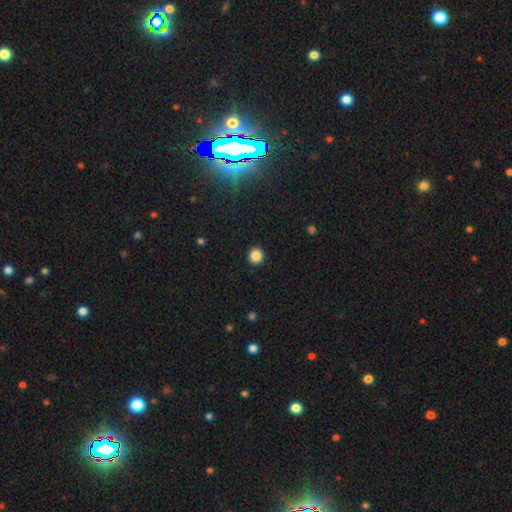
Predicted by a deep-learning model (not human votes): Smooth or featured? Predicted: smooth (p=0.86). How rounded? Predicted: round (p=0.93). Merging? Predicted: none (p=0.93).